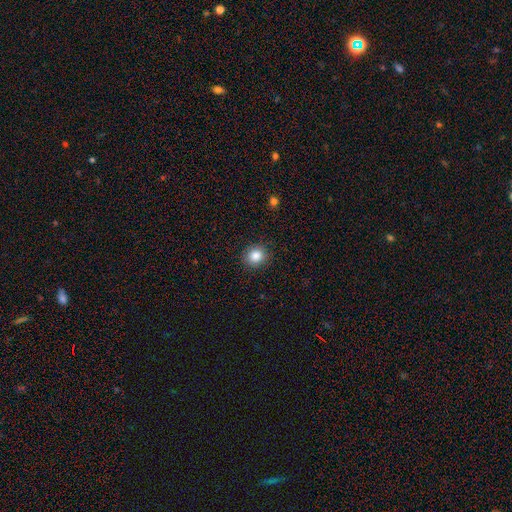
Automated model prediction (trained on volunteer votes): A smooth galaxy with no disk features (85%) that is round (79%).

Vote fractions:
- Smooth or featured? smooth: 85% / star or artifact: 10% / featured or disk: 5%
- How rounded? round: 79% / in between: 20% / cigar-shaped: 1%
- Merging? none: 89% / minor disturbance: 7% / major disturbance: 2% / merger: 1%